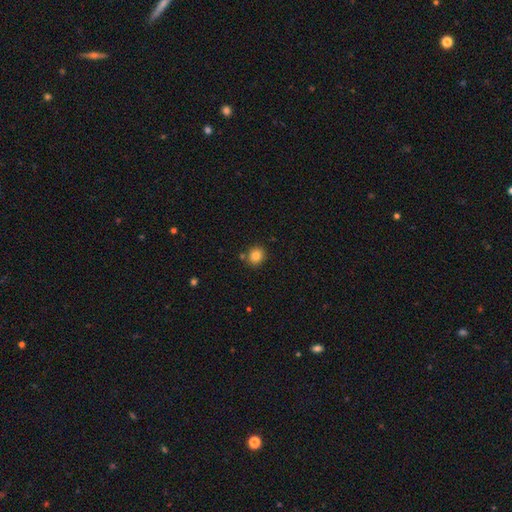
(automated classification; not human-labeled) smooth_or_featured: smooth (p=0.84) [alt: star or artifact p=0.11]
how_rounded: round (p=0.80) [alt: in between p=0.20]
merging: none (p=0.82) [alt: minor disturbance p=0.09]